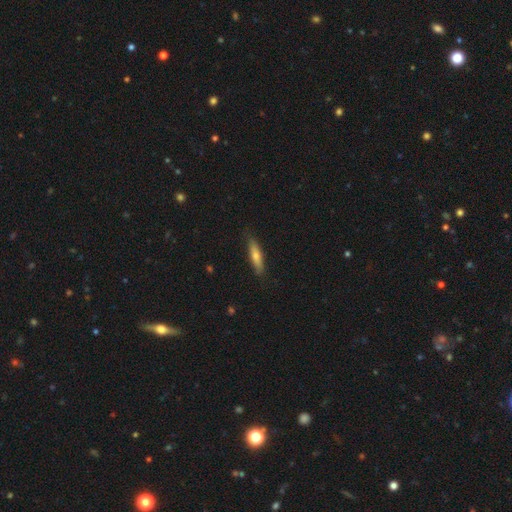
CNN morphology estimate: A smooth galaxy with no disk features (58%) that is cigar-shaped (82%).

Vote fractions:
- Smooth or featured? smooth: 58% / featured or disk: 35% / star or artifact: 6%
- How rounded? cigar-shaped: 82% / in between: 16% / round: 2%
- Merging? none: 84% / minor disturbance: 13% / major disturbance: 2% / merger: 1%